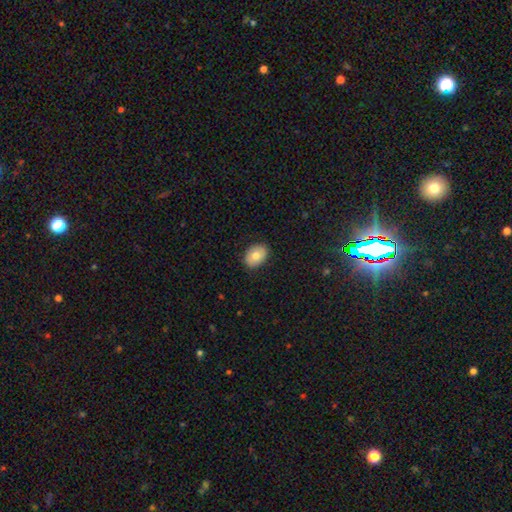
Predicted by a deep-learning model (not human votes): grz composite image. It shows a smooth galaxy with no disk features (79%) that is in between round and cigar-shaped (73%). Merging: none (89%).